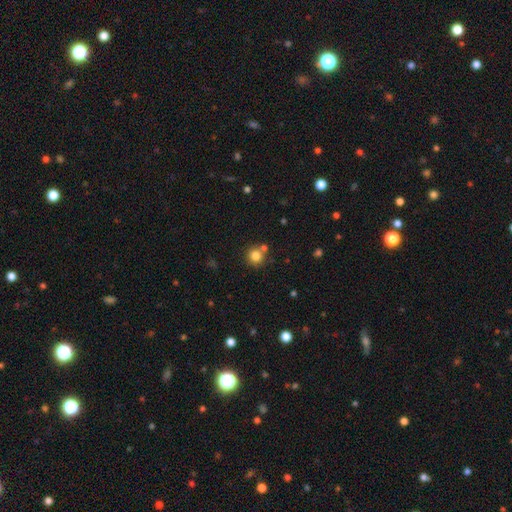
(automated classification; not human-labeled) smooth 82%, star or artifact 12%, featured or disk 6%. Down the decision tree: how rounded — round (93%); merging — none (73%).